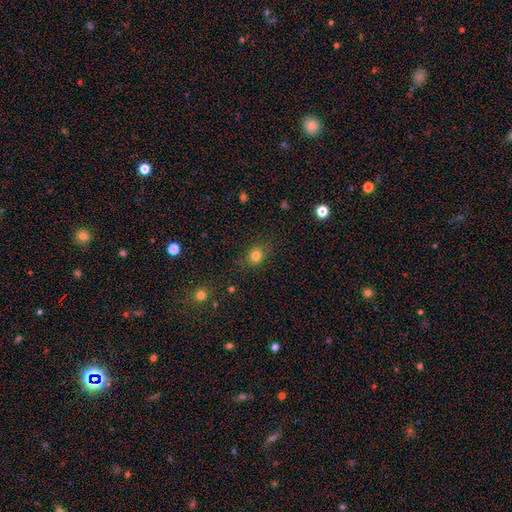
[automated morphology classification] smooth-or-featured: smooth: 80% | star or artifact: 14% | featured or disk: 6%
  how-rounded: round: 75% | in between: 24% | cigar-shaped: 1%
  merging: none: 83% | minor disturbance: 12% | major disturbance: 4% | merger: 1%